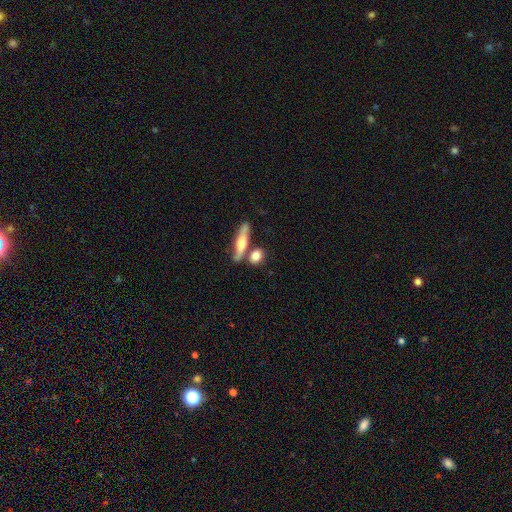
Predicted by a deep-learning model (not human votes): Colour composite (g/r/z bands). It shows a smooth galaxy with no disk features (74%) that is in between round and cigar-shaped (42%). Merging: none (61%).